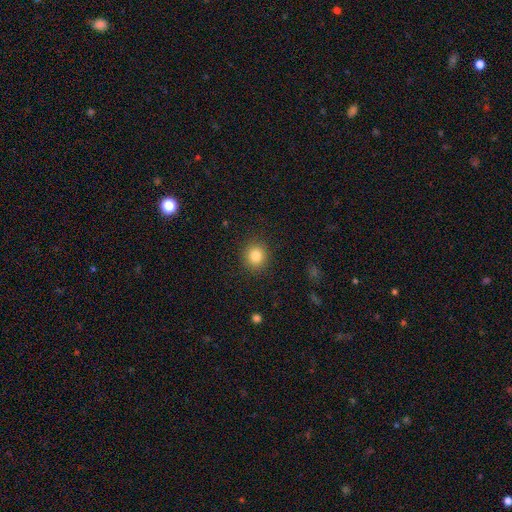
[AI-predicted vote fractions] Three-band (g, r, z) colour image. It shows a smooth galaxy with no disk features (83%) that is round (86%). Merging: none (89%).